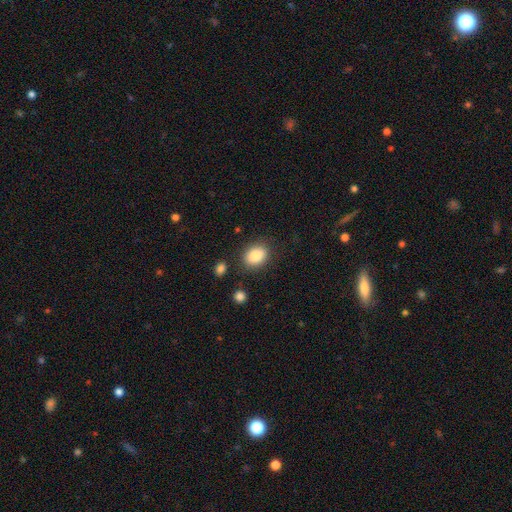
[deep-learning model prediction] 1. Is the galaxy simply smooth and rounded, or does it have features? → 86% smooth, 8% star or artifact, 6% featured or disk.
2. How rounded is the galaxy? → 72% in between, 27% round, 1% cigar-shaped.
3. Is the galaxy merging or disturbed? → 80% none, 13% minor disturbance, 4% major disturbance, 3% merger.